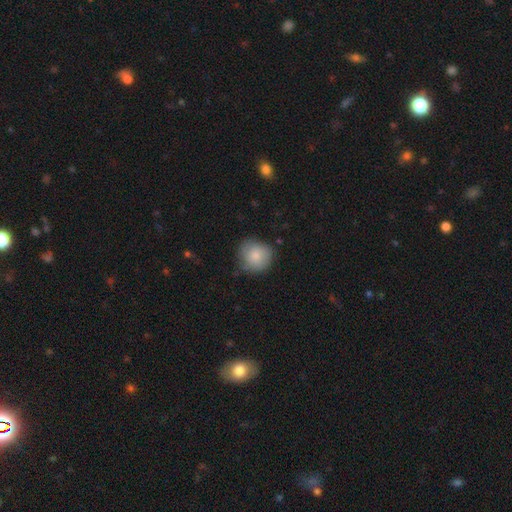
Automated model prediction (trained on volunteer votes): Smooth or featured?
  - smooth: 81% *
  - featured or disk: 13%
  - star or artifact: 7%
How rounded?
  - round: 88% *
  - in between: 11%
  - cigar-shaped: 1%
Merging?
  - none: 71% *
  - minor disturbance: 22%
  - major disturbance: 5%
  - merger: 2%